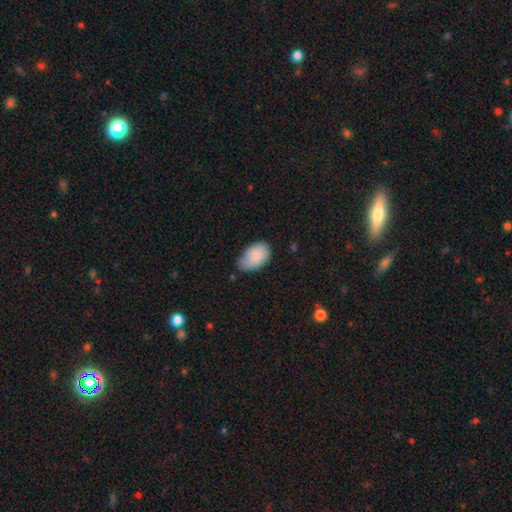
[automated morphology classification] Smooth or featured: smooth — 85% (featured or disk — 9%)
How rounded: in between — 92% (round — 7%)
Merging: none — 53% (minor disturbance — 37%)